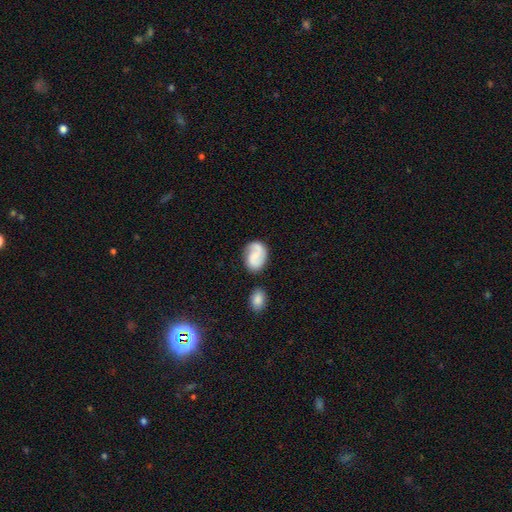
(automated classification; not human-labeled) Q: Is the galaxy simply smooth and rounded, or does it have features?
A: featured or disk — 55%.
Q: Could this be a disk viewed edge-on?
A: no — 97%.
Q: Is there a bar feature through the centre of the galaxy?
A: no — 51%.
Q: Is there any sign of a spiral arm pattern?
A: yes — 91%.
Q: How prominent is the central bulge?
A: none — 43%.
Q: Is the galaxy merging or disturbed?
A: none — 64%.